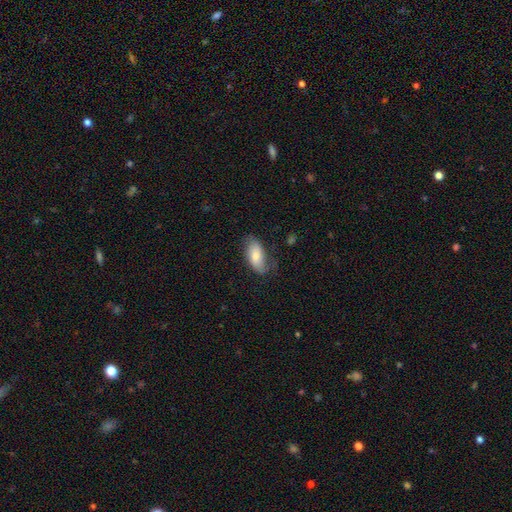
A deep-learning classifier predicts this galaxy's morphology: smooth_or_featured: smooth (p=0.69) [alt: featured or disk p=0.25]
how_rounded: in between (p=0.91) [alt: cigar-shaped p=0.06]
merging: none (p=0.57) [alt: minor disturbance p=0.29]